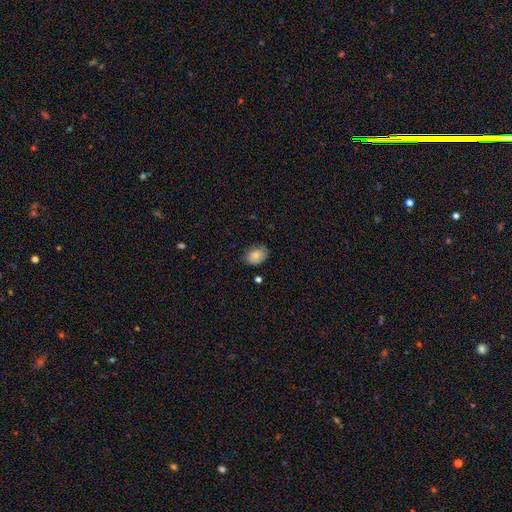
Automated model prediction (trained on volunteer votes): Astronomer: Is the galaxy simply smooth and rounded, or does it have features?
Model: smooth — 82%.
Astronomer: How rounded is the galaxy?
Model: in between — 77%.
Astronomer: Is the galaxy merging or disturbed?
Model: none — 75%.